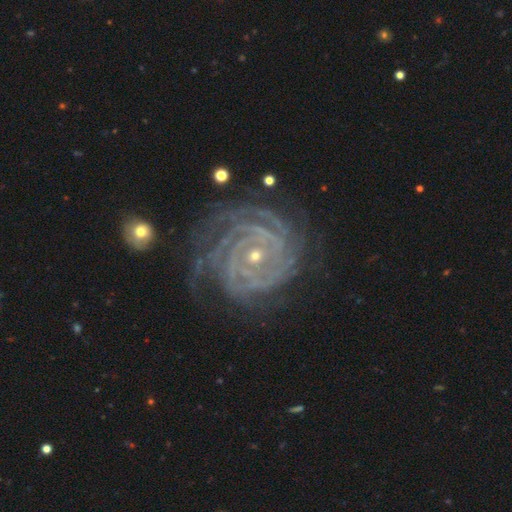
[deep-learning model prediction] This appears to be a featured or disk galaxy (91%) with no bar (63%), 4 (25%) tight (87%) spiral arms (99%) and a small central bulge (73%). Merging: none (71%).